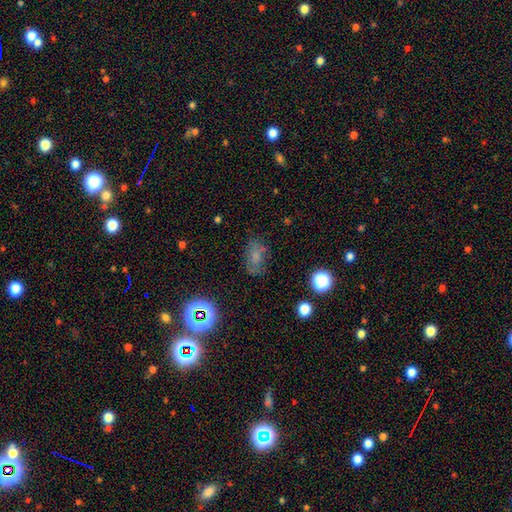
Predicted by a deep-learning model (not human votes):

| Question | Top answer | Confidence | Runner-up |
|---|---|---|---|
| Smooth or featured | smooth | 54% | featured or disk (23%) |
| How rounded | in between | 80% | round (17%) |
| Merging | none | 66% | minor disturbance (21%) |